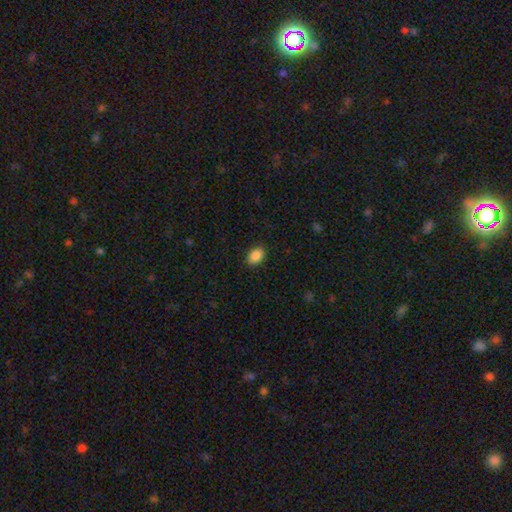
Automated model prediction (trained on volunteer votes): Overall: smooth (89%). How rounded: in between (79%). Merging: none (89%).